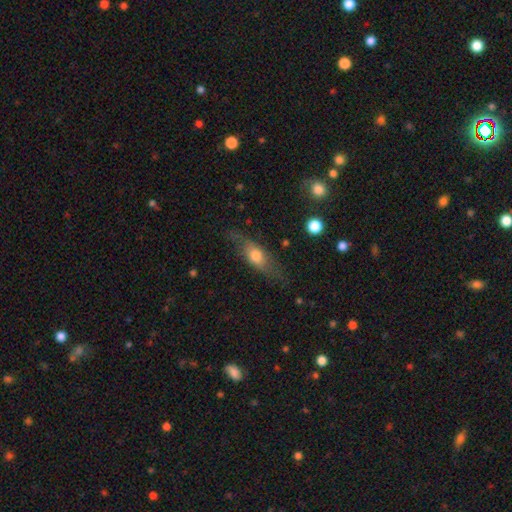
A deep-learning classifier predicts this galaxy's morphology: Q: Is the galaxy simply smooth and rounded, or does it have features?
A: smooth — 53%.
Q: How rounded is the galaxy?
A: in between — 52%.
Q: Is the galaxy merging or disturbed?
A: none — 70%.